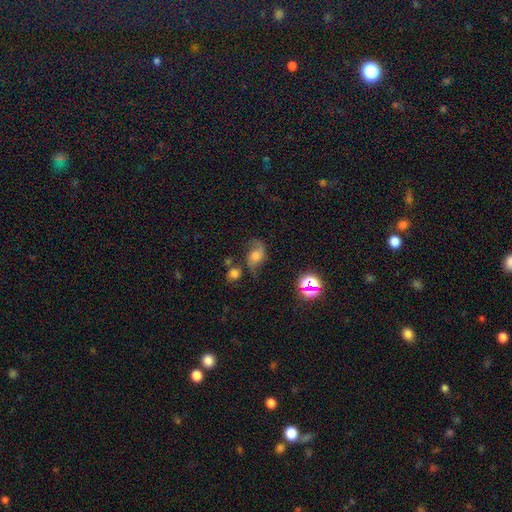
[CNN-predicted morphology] featured or disk 54%, smooth 29%, star or artifact 17%. Down the decision tree: edge-on disk — no (96%); bar — no (66%); spiral arms — yes (88%); bulge size — moderate (37%); merging — none (46%).